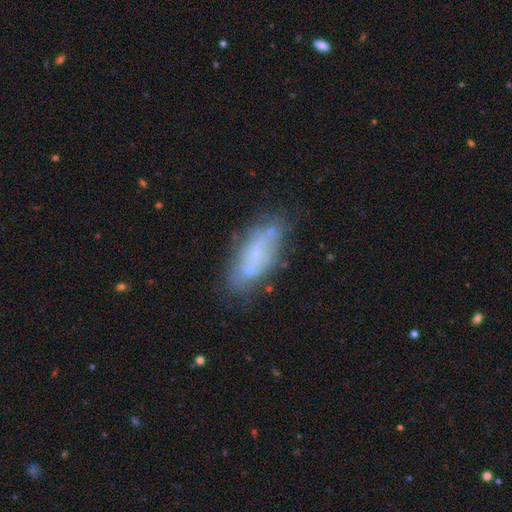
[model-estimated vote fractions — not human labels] Smooth or featured? smooth (47%)
Merging? none (60%)